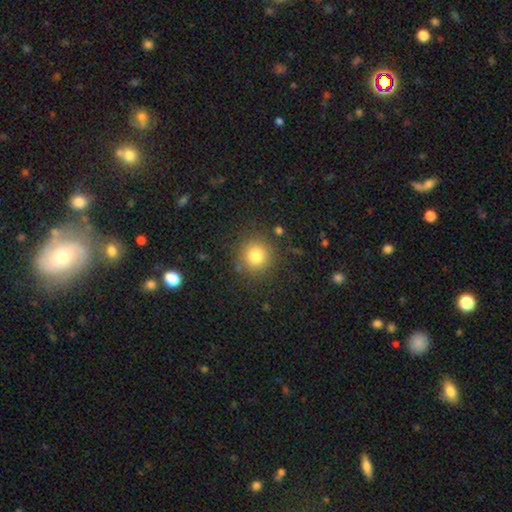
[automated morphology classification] Overall: smooth (80%). How rounded: round (92%). Merging: none (85%).